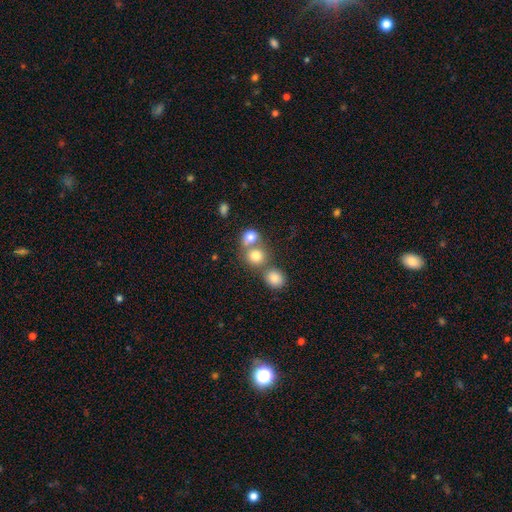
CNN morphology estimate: The model was most divided on "merging" (2-way tie): none: 45%, merger: 45%, minor disturbance: 7%, major disturbance: 3%. More confident: how rounded — round (81%); smooth or featured — smooth (77%).